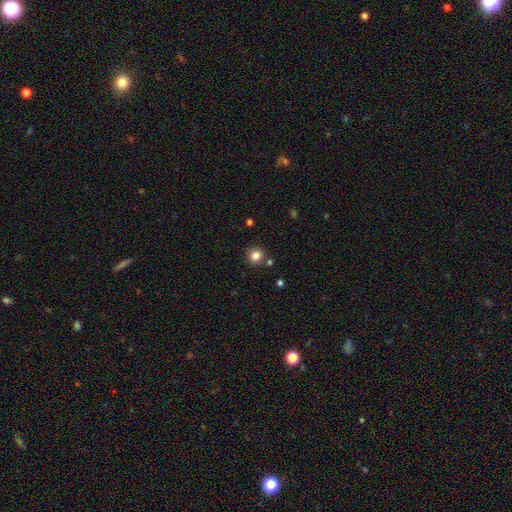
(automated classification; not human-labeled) This is clearly a smooth galaxy (83%). How rounded: clearly round (93%). Merging: clearly none (85%).